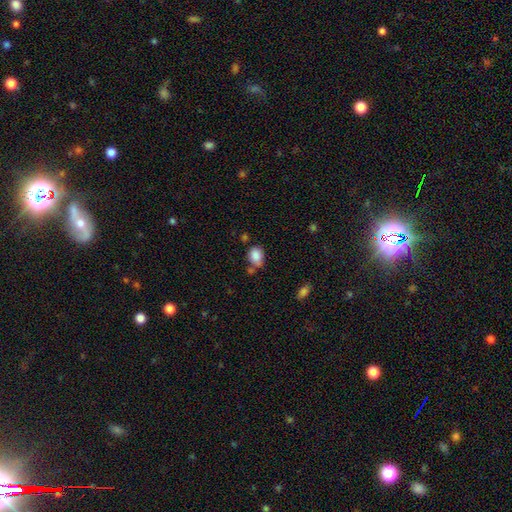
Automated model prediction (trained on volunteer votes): A smooth galaxy with no disk features (85%) that is in between round and cigar-shaped (65%).

Vote fractions:
- Smooth or featured? smooth: 85% / star or artifact: 9% / featured or disk: 6%
- How rounded? in between: 65% / round: 33% / cigar-shaped: 1%
- Merging? none: 54% / minor disturbance: 25% / merger: 14% / major disturbance: 6%